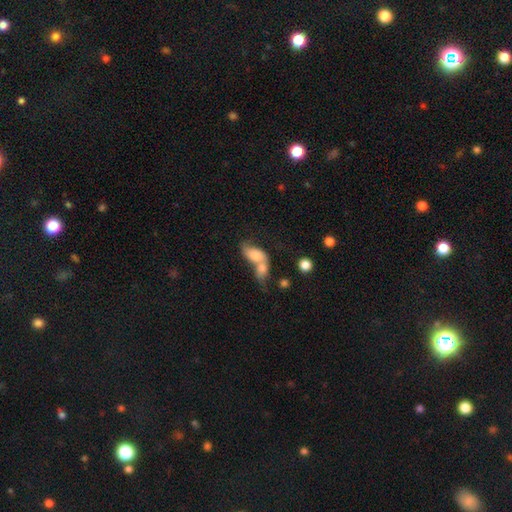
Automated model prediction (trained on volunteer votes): The model was most divided on "smooth or featured": smooth: 66%, featured or disk: 25%, star or artifact: 8%. More confident: how rounded — in between (85%); merging — merger (76%).